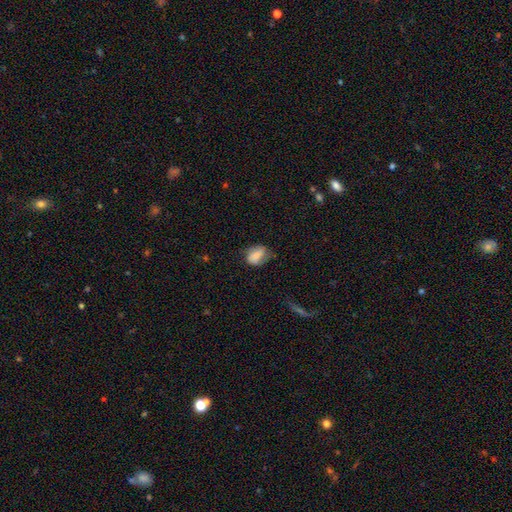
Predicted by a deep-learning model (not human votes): Smooth or featured?
  - smooth: 72% *
  - featured or disk: 20%
  - star or artifact: 8%
How rounded?
  - in between: 73% *
  - round: 25%
  - cigar-shaped: 2%
Merging?
  - none: 55% *
  - minor disturbance: 32%
  - major disturbance: 12%
  - merger: 2%